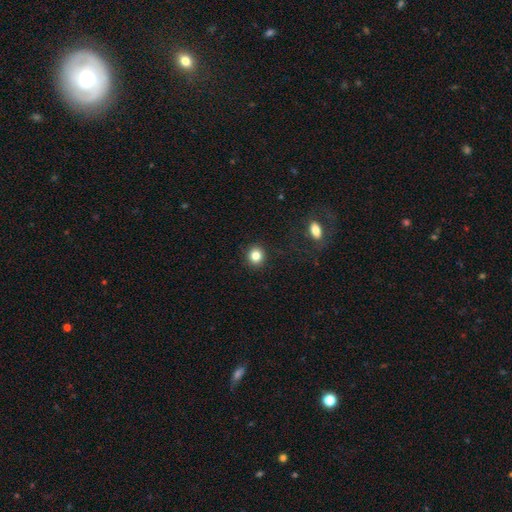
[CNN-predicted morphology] A smooth galaxy with no disk features (84%) that is round (87%).

Vote fractions:
- Smooth or featured? smooth: 84% / star or artifact: 11% / featured or disk: 5%
- How rounded? round: 87% / in between: 12% / cigar-shaped: 1%
- Merging? none: 91% / minor disturbance: 6% / major disturbance: 2% / merger: 1%